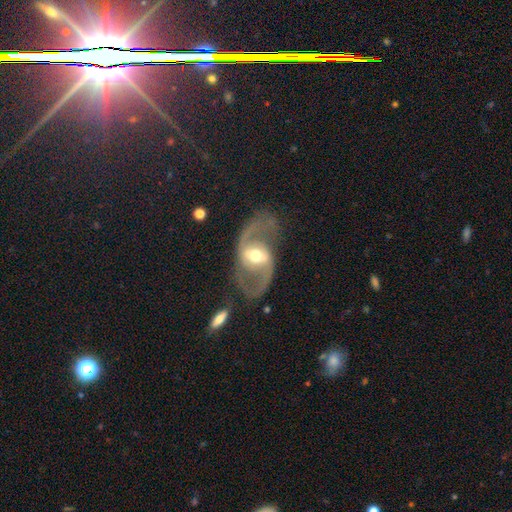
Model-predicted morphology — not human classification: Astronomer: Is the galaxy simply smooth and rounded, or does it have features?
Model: featured or disk — 88%.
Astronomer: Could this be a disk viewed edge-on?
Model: no — 96%.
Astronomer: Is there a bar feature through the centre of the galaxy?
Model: strong — 46% (runner-up: weak, 40%).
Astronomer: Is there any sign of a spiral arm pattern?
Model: yes — 92%.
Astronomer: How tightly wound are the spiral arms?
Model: medium — 50% (runner-up: loose, 39%).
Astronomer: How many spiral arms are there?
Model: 2 — 92%.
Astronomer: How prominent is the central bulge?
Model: moderate — 68%.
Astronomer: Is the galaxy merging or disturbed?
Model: none — 76%.